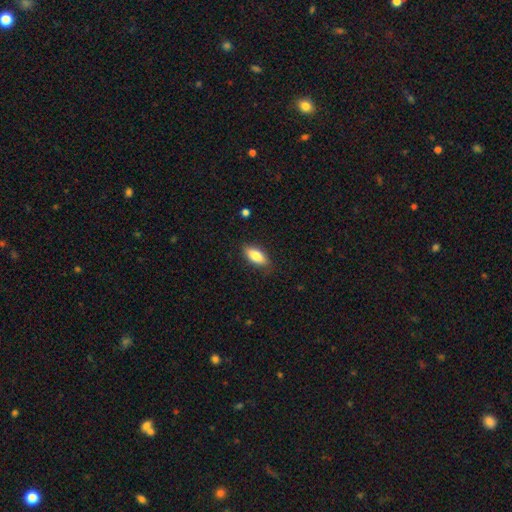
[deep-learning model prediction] Q: Smooth or featured?
A: smooth (81%); runner-up: featured or disk (12%)
Q: How rounded?
A: in between (83%); runner-up: cigar-shaped (14%)
Q: Merging?
A: none (83%); runner-up: minor disturbance (13%)